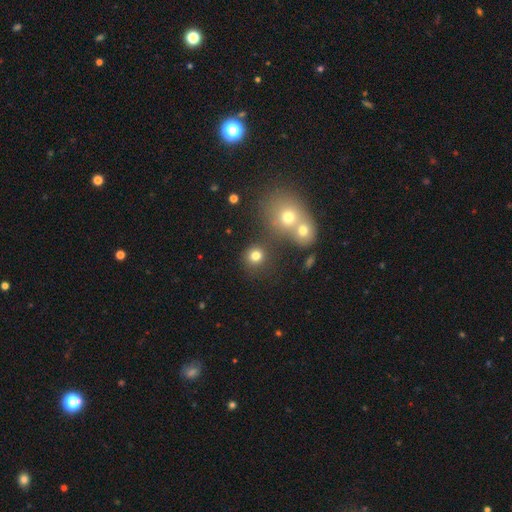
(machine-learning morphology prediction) smooth_or_featured: smooth (p=0.78) [alt: star or artifact p=0.15]
how_rounded: round (p=0.89) [alt: in between p=0.10]
merging: none (p=0.72) [alt: merger p=0.16]